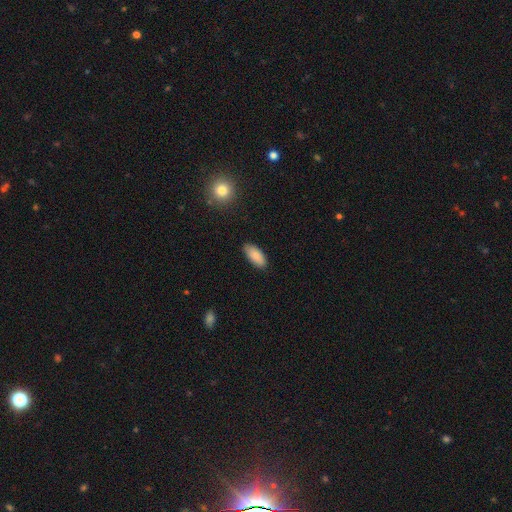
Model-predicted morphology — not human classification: A smooth galaxy with no disk features (89%) that is in between round and cigar-shaped (86%). Merging: none (87%).